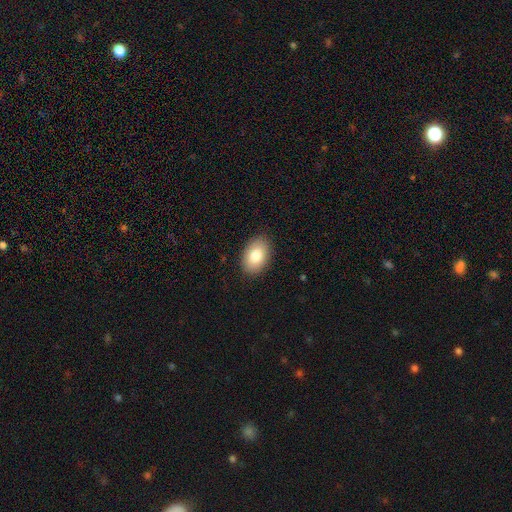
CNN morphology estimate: Overall: smooth (81%). How rounded: in between (89%). Merging: none (89%).